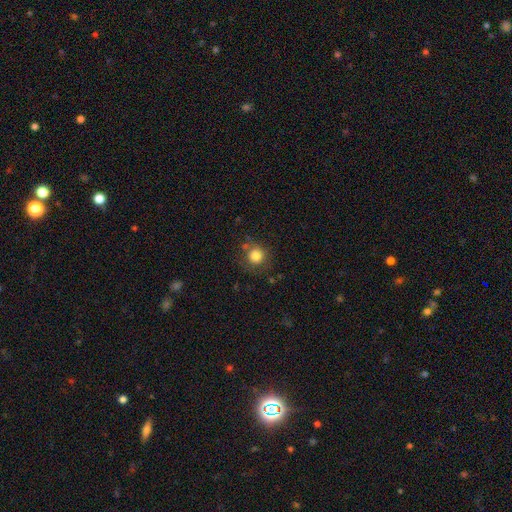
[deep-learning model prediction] Smooth or featured: smooth — 81% (star or artifact — 11%)
How rounded: round — 92% (in between — 7%)
Merging: none — 76% (minor disturbance — 14%)